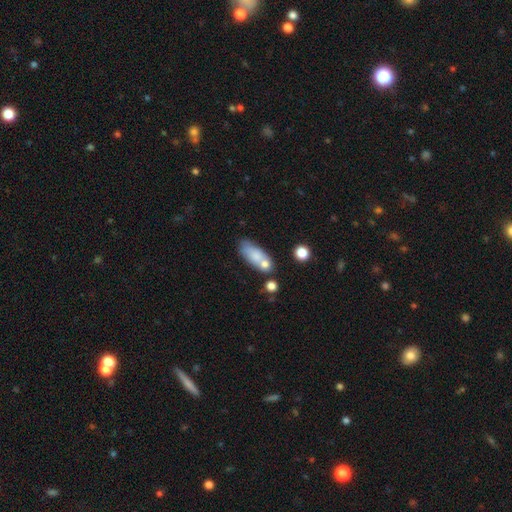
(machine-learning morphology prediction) The model was most divided on "merging": none: 48%, merger: 25%, minor disturbance: 19%, major disturbance: 8%. More confident: how rounded — in between (75%); smooth or featured — smooth (73%).